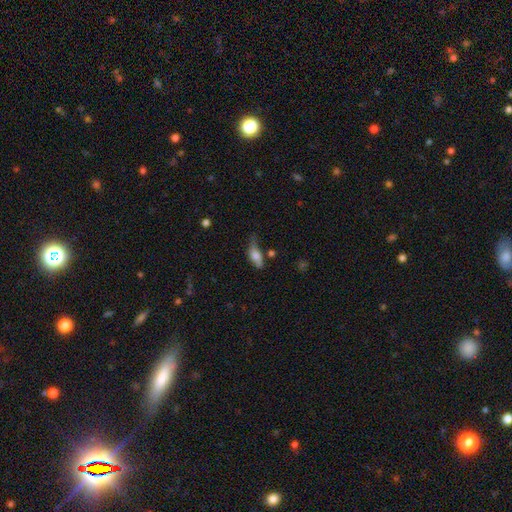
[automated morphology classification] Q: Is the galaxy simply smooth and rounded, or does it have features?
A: smooth — 67%.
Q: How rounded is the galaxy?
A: in between — 76%.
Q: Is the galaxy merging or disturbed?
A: none — 39%.